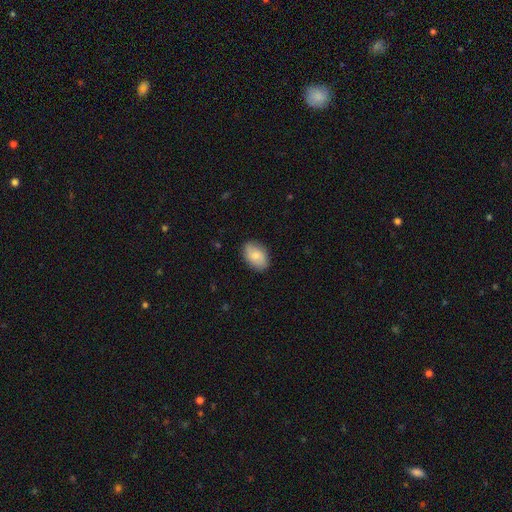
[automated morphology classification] A smooth galaxy with no disk features (74%) that is in between round and cigar-shaped (88%). Merging: none (84%).